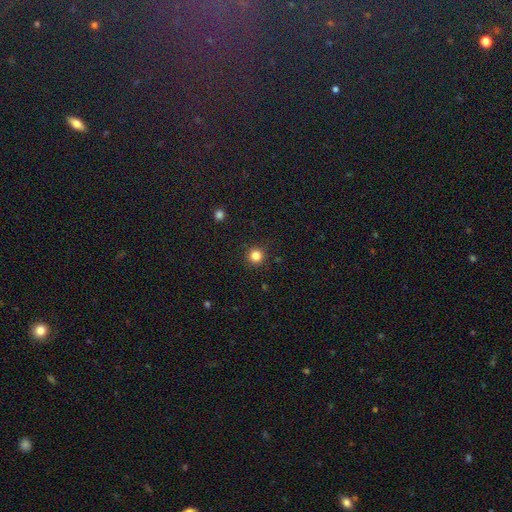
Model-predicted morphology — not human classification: This is clearly a smooth galaxy (84%). How rounded: clearly round (95%). Merging: clearly none (91%).